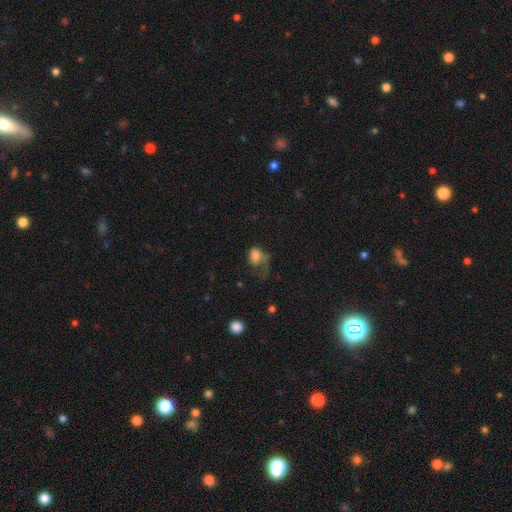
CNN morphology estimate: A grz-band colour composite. It shows a smooth galaxy with no disk features (64%) that is in between round and cigar-shaped (61%). Merging: major disturbance (58%).